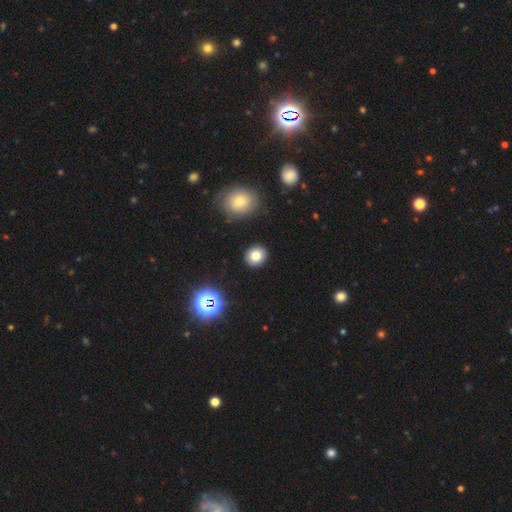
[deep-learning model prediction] Morphology: type=smooth (81%); roundness=round (81%); merging=none (90%).